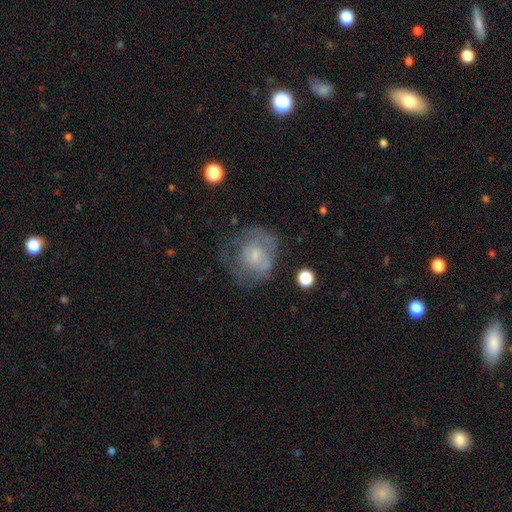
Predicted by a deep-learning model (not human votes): Q: Smooth or featured?
A: featured or disk (46%); runner-up: smooth (44%)
Q: Merging?
A: none (45%); runner-up: major disturbance (28%)